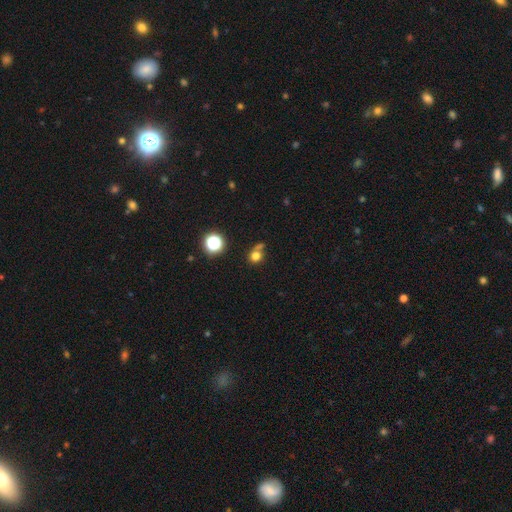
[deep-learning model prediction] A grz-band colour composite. It shows a smooth galaxy with no disk features (74%) that is round (84%). Merging: none (54%).